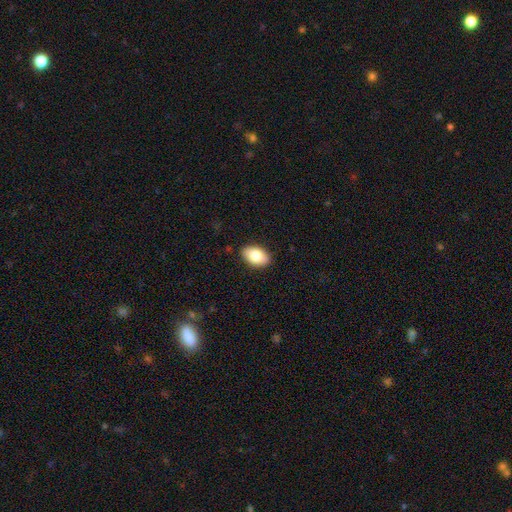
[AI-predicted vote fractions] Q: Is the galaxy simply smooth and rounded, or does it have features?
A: smooth — 84%.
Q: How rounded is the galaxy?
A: in between — 91%.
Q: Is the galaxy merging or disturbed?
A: none — 87%.